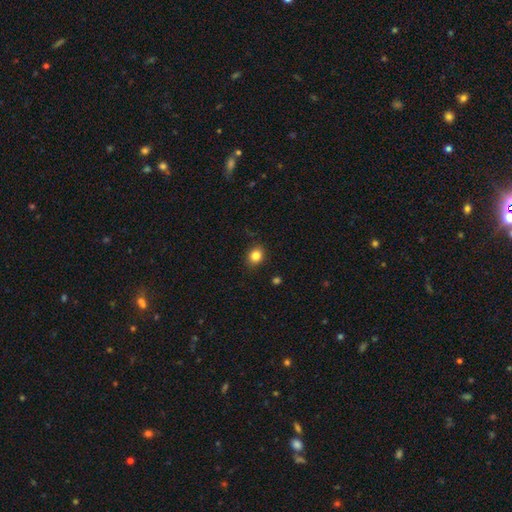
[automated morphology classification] smooth_or_featured: smooth (p=0.83) [alt: star or artifact p=0.11]
how_rounded: round (p=0.61) [alt: in between p=0.38]
merging: none (p=0.88) [alt: minor disturbance p=0.09]